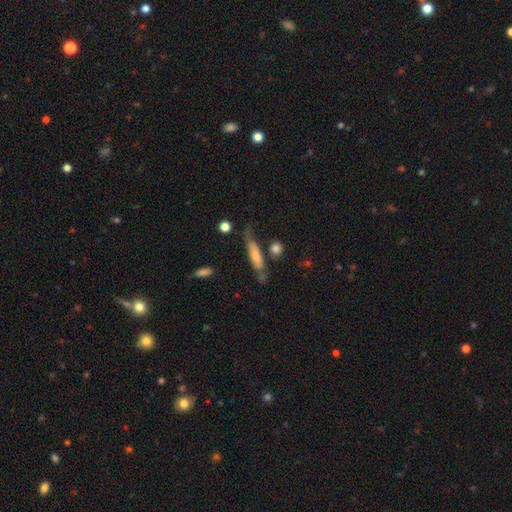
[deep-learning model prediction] Smooth or featured? smooth (63%)
How rounded? cigar-shaped (74%)
Merging? none (55%)